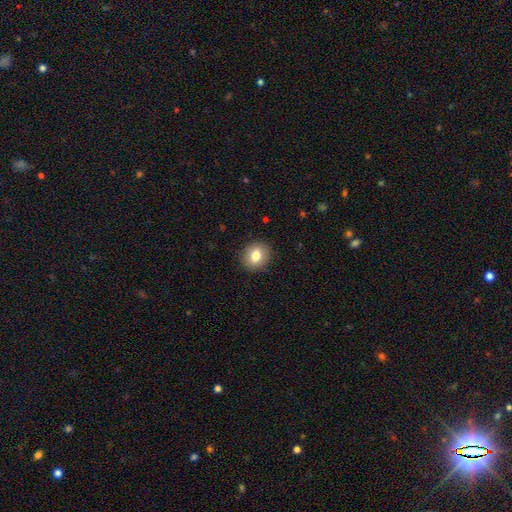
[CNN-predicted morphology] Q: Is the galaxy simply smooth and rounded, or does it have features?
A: smooth — 80%.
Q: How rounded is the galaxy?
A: round — 78%.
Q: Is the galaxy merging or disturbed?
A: none — 90%.